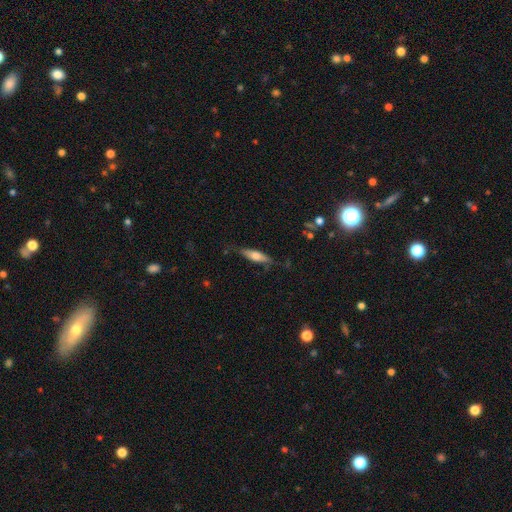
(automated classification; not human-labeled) Smooth or featured?
  - smooth: 61% *
  - featured or disk: 33%
  - star or artifact: 6%
How rounded?
  - cigar-shaped: 59% *
  - in between: 39%
  - round: 2%
Merging?
  - none: 71% *
  - minor disturbance: 22%
  - major disturbance: 5%
  - merger: 2%